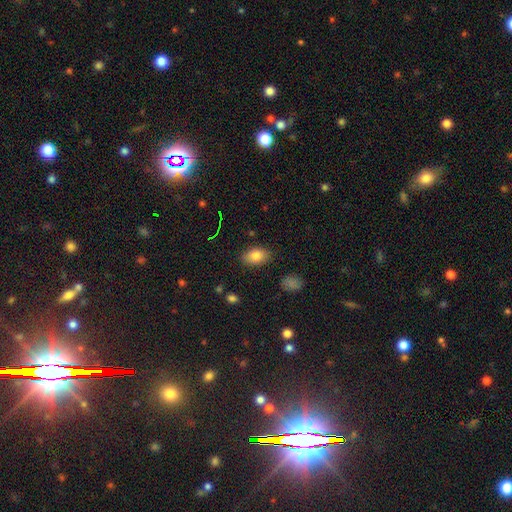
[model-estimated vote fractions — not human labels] Morphology: type=smooth (83%); roundness=in between (88%); merging=none (84%).